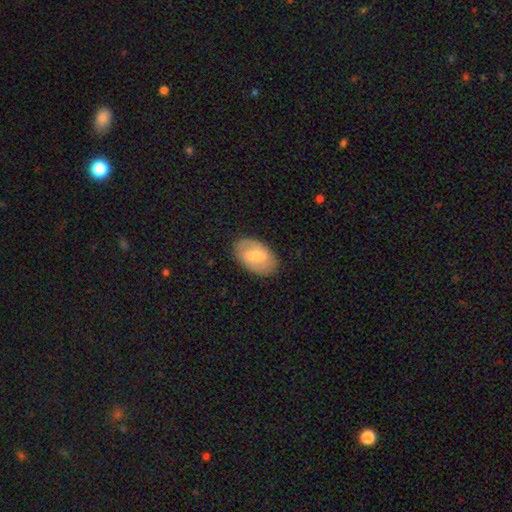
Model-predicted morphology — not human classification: featured or disk 50%, smooth 44%, star or artifact 6%. Down the decision tree: merging — none (82%).